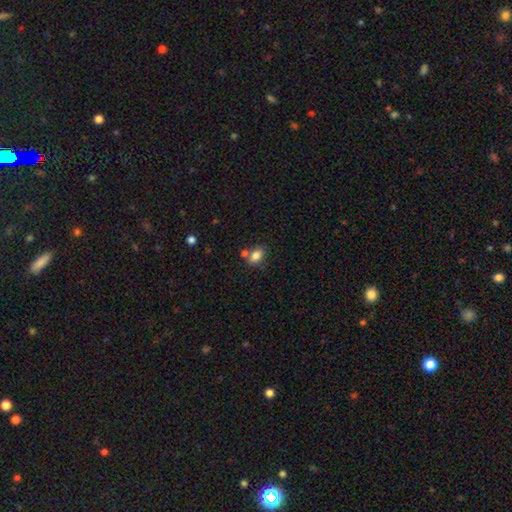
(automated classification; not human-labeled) smooth-or-featured: smooth: 83% | star or artifact: 10% | featured or disk: 8%
  how-rounded: in between: 79% | round: 20% | cigar-shaped: 2%
  merging: none: 58% | merger: 23% | minor disturbance: 14% | major disturbance: 4%